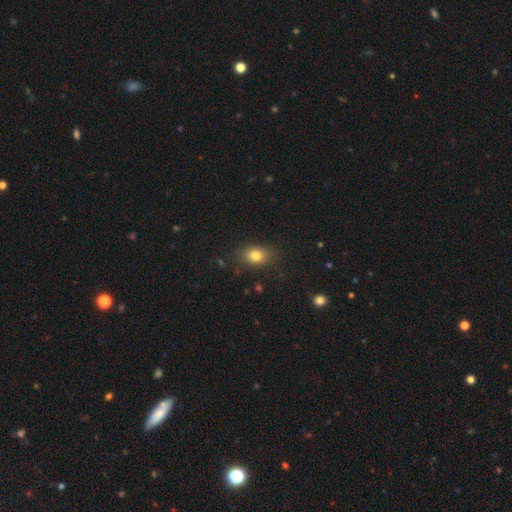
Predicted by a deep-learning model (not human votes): A smooth galaxy with no disk features (81%) that is in between round and cigar-shaped (68%).

Vote fractions:
- Smooth or featured? smooth: 81% / star or artifact: 11% / featured or disk: 8%
- How rounded? in between: 68% / round: 30% / cigar-shaped: 2%
- Merging? none: 82% / minor disturbance: 13% / major disturbance: 4% / merger: 1%